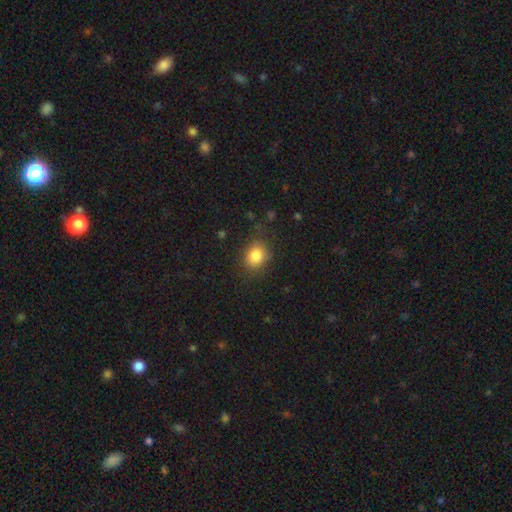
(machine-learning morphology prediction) type=smooth (85%); roundness=round (52%); merging=none (80%).